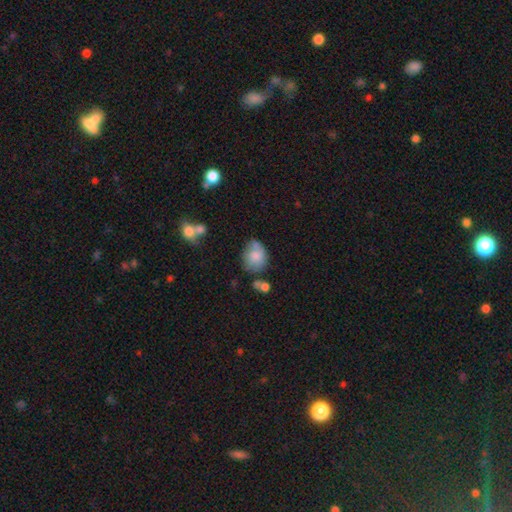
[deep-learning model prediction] Overall: smooth (75%). How rounded: round (50%; in between 49%). Merging: none (49%; minor disturbance 29%).